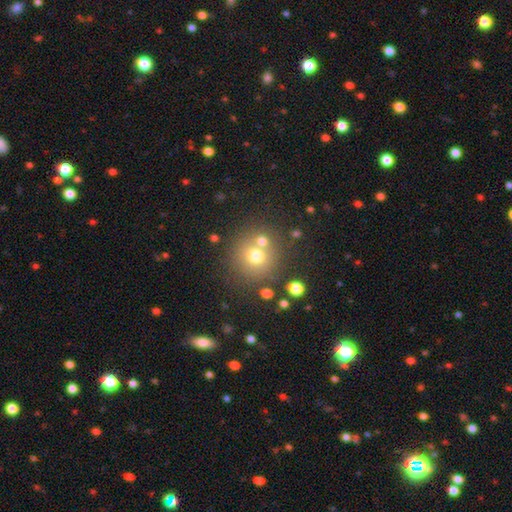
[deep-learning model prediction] Morphology: type=smooth (70%); roundness=round (91%); merging=none (66%).